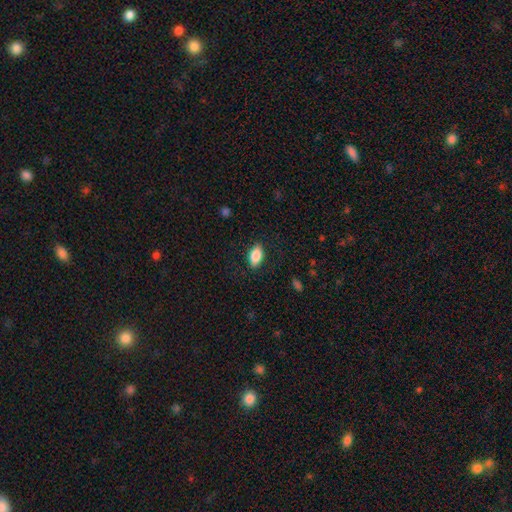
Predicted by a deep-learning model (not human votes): This appears to be a smooth galaxy with no disk features (85%) that is in between round and cigar-shaped (89%). Merging: none (86%).